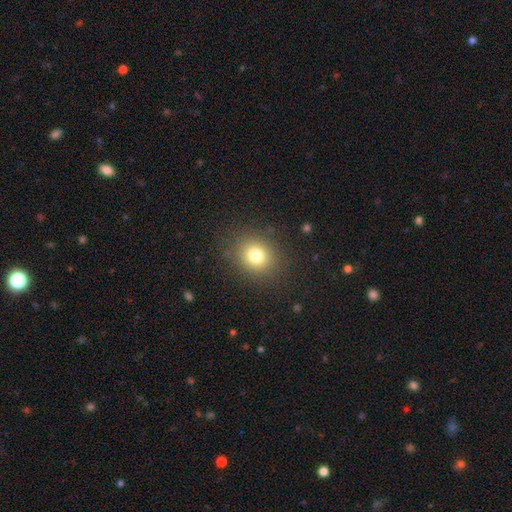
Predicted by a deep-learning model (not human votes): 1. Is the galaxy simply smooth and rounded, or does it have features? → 77% smooth, 14% star or artifact, 9% featured or disk.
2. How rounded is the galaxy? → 73% round, 26% in between, 1% cigar-shaped.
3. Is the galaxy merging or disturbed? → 87% none, 8% minor disturbance, 4% major disturbance, 1% merger.